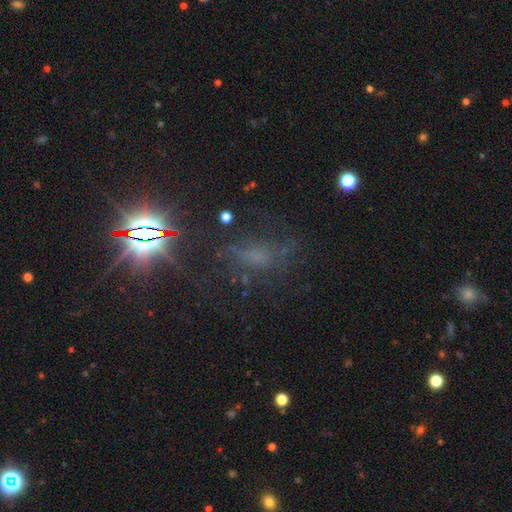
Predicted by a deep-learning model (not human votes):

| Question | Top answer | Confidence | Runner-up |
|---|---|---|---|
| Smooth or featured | star or artifact | 51% | featured or disk (25%) |